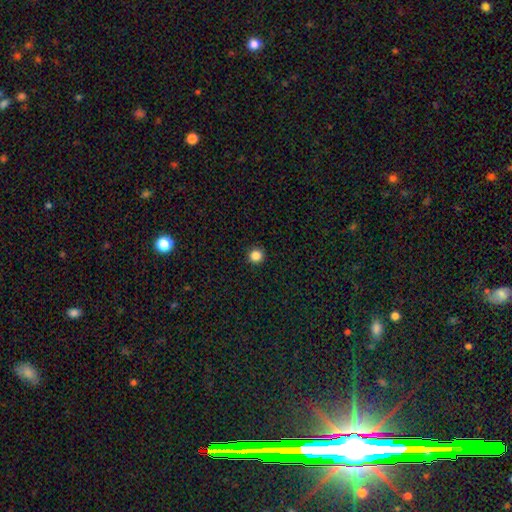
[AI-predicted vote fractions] Smooth or featured?
  - smooth: 85% *
  - star or artifact: 12%
  - featured or disk: 3%
How rounded?
  - round: 95% *
  - in between: 4%
  - cigar-shaped: 1%
Merging?
  - none: 93% *
  - minor disturbance: 5%
  - major disturbance: 2%
  - merger: 1%